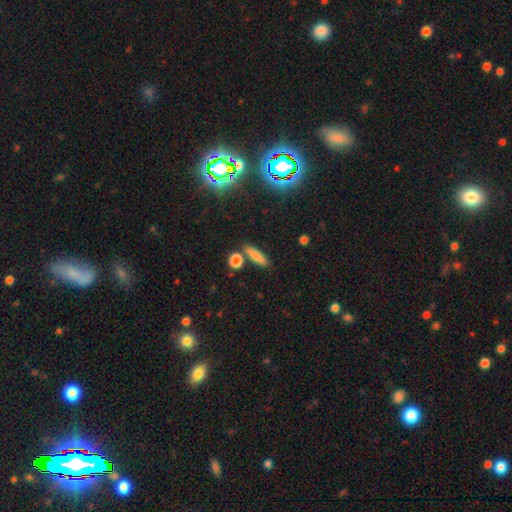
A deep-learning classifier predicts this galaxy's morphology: Overall: smooth (76%). How rounded: cigar-shaped (63%; in between 30%). Merging: none (76%).